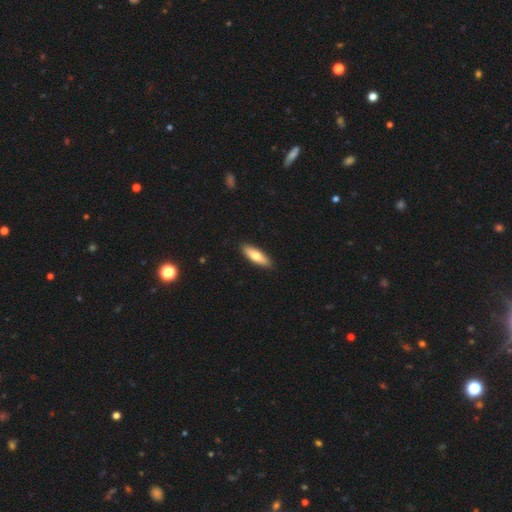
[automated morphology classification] Q: Smooth or featured?
A: smooth (68%); runner-up: featured or disk (27%)
Q: How rounded?
A: cigar-shaped (52%); runner-up: in between (46%)
Q: Merging?
A: none (91%); runner-up: minor disturbance (7%)